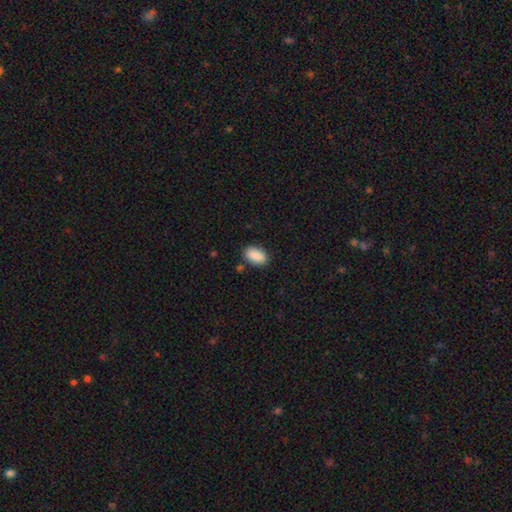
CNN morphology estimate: A smooth galaxy with no disk features (88%) that is in between round and cigar-shaped (91%).

Vote fractions:
- Smooth or featured? smooth: 88% / star or artifact: 7% / featured or disk: 5%
- How rounded? in between: 91% / round: 6% / cigar-shaped: 3%
- Merging? none: 83% / minor disturbance: 12% / merger: 3% / major disturbance: 3%